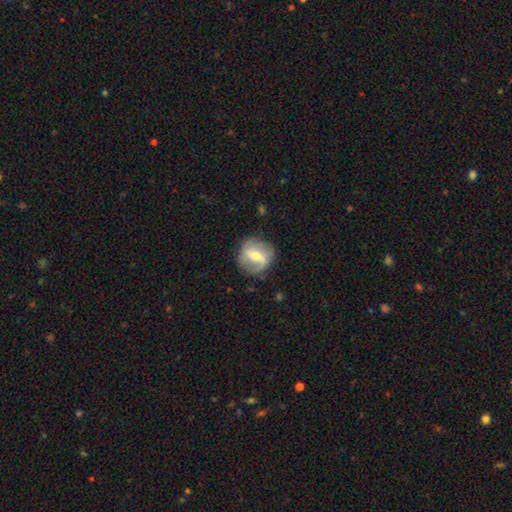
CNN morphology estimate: This appears to be a featured or disk galaxy (60%) with a weak bar (41%), spiral arms (67%) and a moderate central bulge (57%). Merging: none (80%).